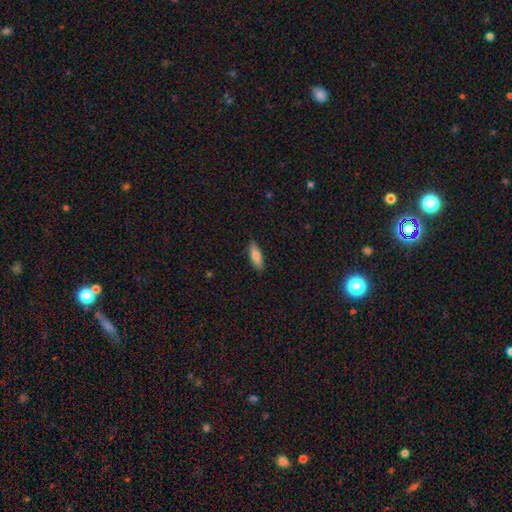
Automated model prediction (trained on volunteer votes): Smooth or featured?
  - smooth: 75% *
  - featured or disk: 18%
  - star or artifact: 6%
How rounded?
  - in between: 56% *
  - cigar-shaped: 42%
  - round: 2%
Merging?
  - none: 88% *
  - minor disturbance: 9%
  - major disturbance: 2%
  - merger: 1%